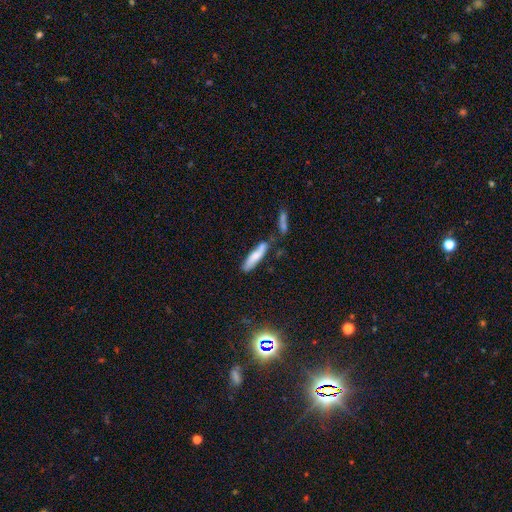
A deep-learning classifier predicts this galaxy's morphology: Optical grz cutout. It shows a smooth galaxy with no disk features (72%) that is cigar-shaped (80%). Merging: none (67%).